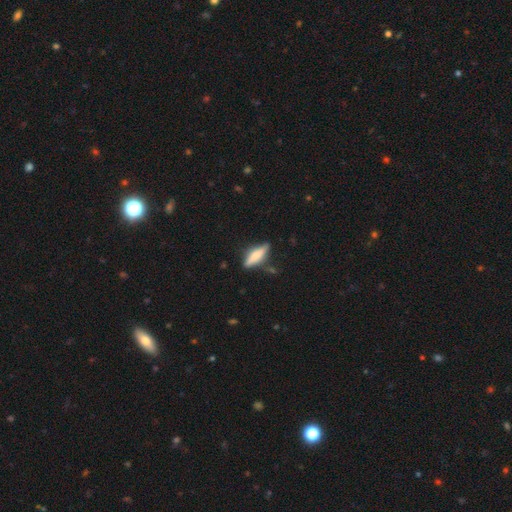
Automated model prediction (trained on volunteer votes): smooth 60%, featured or disk 33%, star or artifact 7%. Down the decision tree: how rounded — cigar-shaped (57%); merging — none (74%).